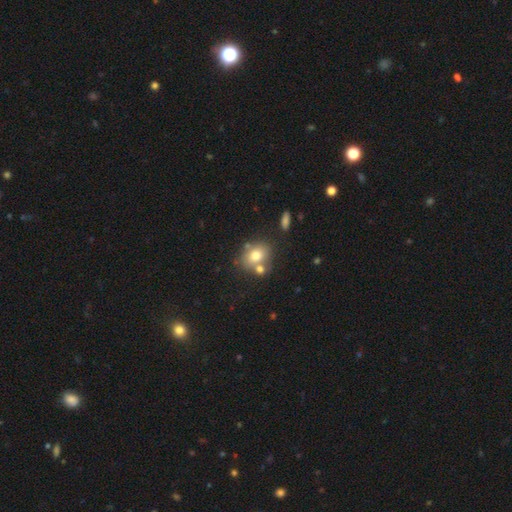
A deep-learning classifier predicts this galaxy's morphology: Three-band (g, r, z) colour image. It shows a smooth galaxy with no disk features (73%) that is round (50%). Merging: none (57%).